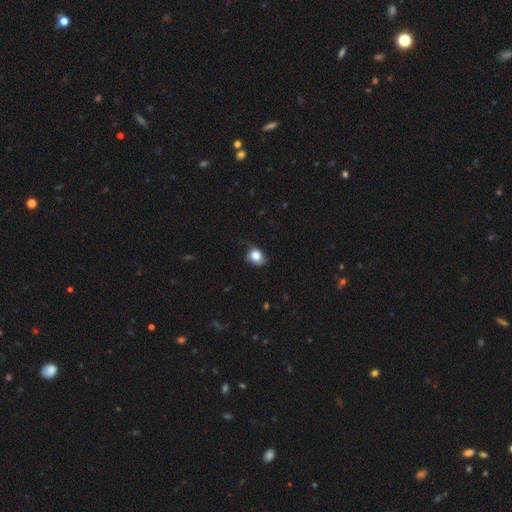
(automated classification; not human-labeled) smooth 78%, featured or disk 12%, star or artifact 9%. Down the decision tree: how rounded — round (54%); merging — none (59%).